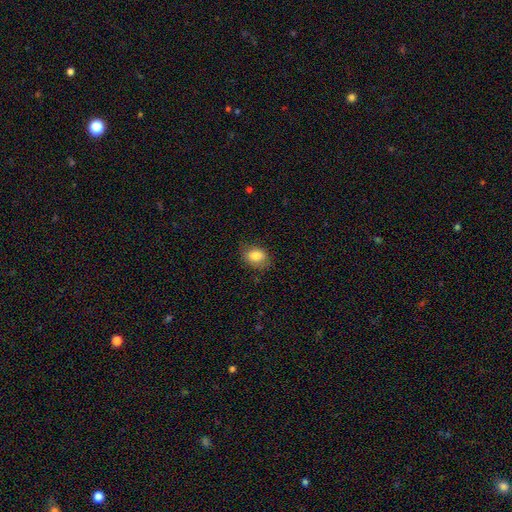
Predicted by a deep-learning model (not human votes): The model was most divided on "how rounded": in between: 71%, round: 28%, cigar-shaped: 1%. More confident: smooth or featured — smooth (83%); merging — none (76%).